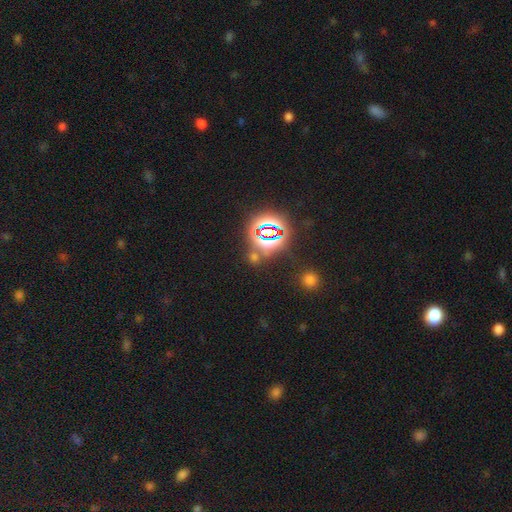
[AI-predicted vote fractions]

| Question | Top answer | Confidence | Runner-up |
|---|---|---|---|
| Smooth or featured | star or artifact | 74% | smooth (17%) |